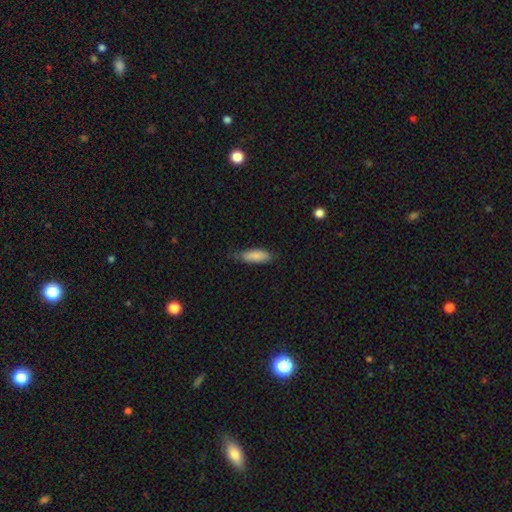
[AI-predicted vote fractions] smooth_or_featured: smooth (p=0.85) [alt: featured or disk p=0.09]
how_rounded: in between (p=0.65) [alt: cigar-shaped p=0.33]
merging: none (p=0.62) [alt: minor disturbance p=0.31]